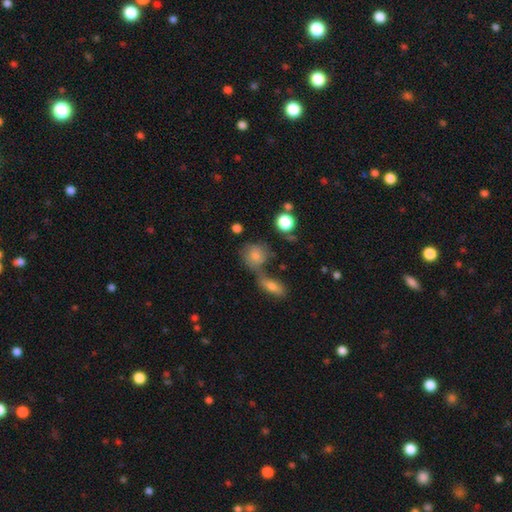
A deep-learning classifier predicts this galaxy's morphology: Overall: smooth (76%). How rounded: round (71%). Merging: merger (46%; none 36%).